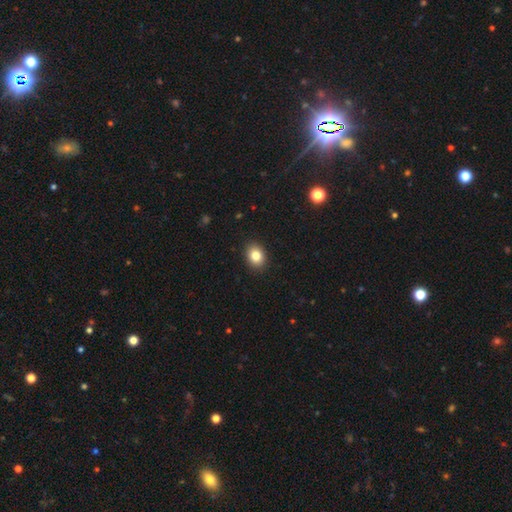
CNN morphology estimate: Smooth or featured? Predicted: smooth (p=0.83). How rounded? Predicted: in between (p=0.62). Merging? Predicted: none (p=0.90).